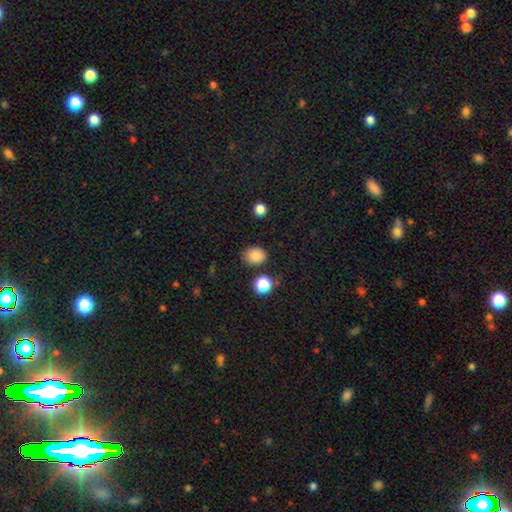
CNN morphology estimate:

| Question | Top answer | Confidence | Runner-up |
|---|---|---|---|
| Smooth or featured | smooth | 86% | star or artifact (10%) |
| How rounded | round | 54% | in between (45%) |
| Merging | none | 81% | minor disturbance (12%) |